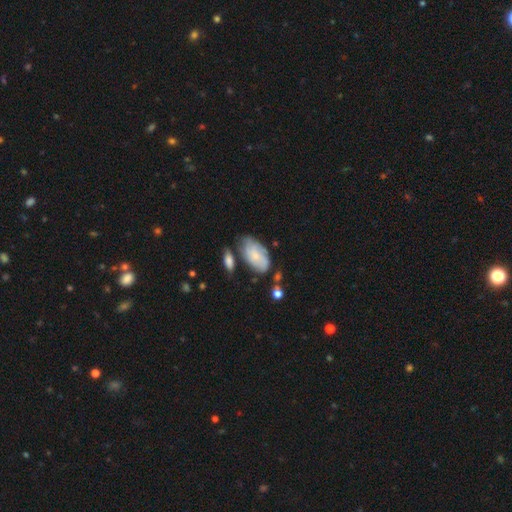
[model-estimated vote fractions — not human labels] Overall: smooth (58%; featured or disk 36%). How rounded: in between (93%). Merging: none (54%; minor disturbance 27%).